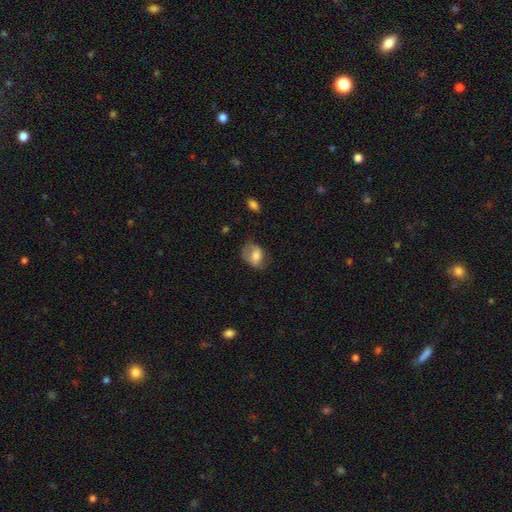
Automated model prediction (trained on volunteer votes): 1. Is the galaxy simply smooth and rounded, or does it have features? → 63% smooth, 29% featured or disk, 8% star or artifact.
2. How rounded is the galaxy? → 68% in between, 30% round, 1% cigar-shaped.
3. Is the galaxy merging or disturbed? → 49% none, 29% minor disturbance, 20% major disturbance, 2% merger.